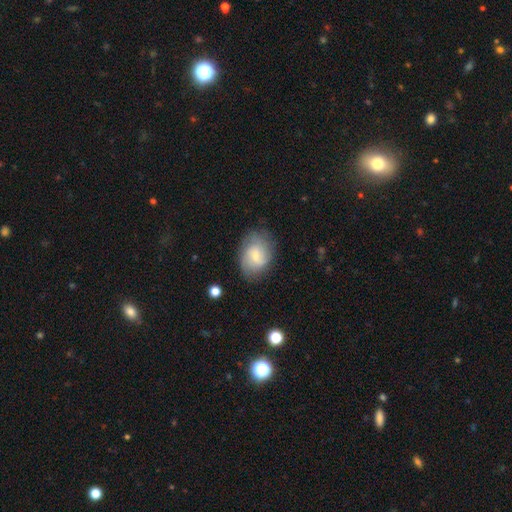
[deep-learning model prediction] Q: Smooth or featured?
A: smooth (53%); runner-up: featured or disk (39%)
Q: How rounded?
A: in between (73%); runner-up: round (26%)
Q: Merging?
A: none (69%); runner-up: minor disturbance (21%)